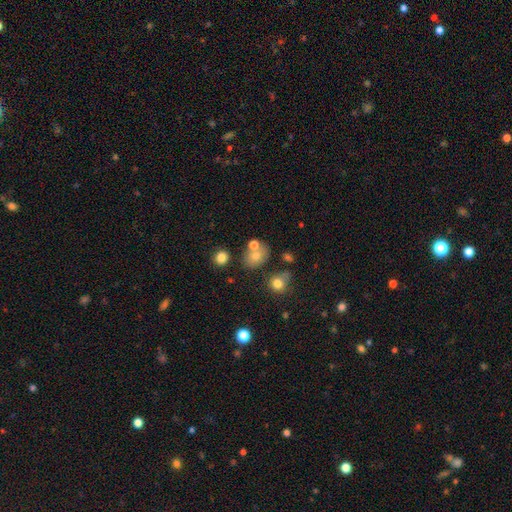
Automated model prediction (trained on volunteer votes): Smooth or featured: smooth — 71% (featured or disk — 15%)
How rounded: in between — 54% (round — 45%)
Merging: none — 56% (merger — 23%)